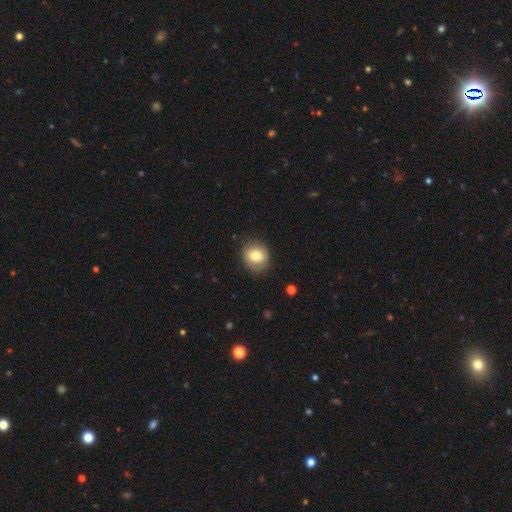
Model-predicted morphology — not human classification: Smooth or featured?
  - smooth: 74% *
  - featured or disk: 17%
  - star or artifact: 9%
How rounded?
  - round: 76% *
  - in between: 24%
  - cigar-shaped: 1%
Merging?
  - none: 78% *
  - minor disturbance: 16%
  - major disturbance: 4%
  - merger: 1%